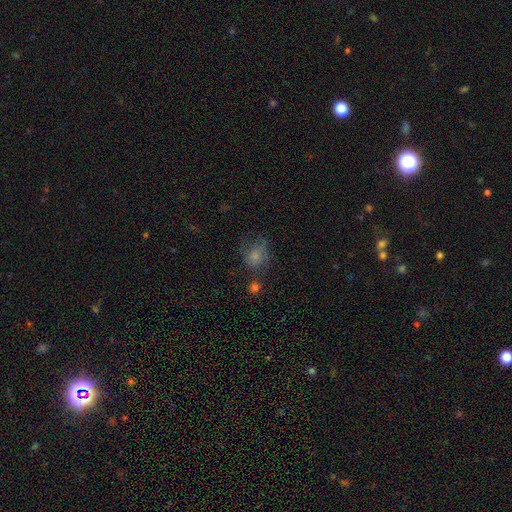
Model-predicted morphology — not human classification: A smooth galaxy with no disk features (67%) that is round (63%).

Vote fractions:
- Smooth or featured? smooth: 67% / featured or disk: 18% / star or artifact: 15%
- How rounded? round: 63% / in between: 36% / cigar-shaped: 1%
- Merging? none: 45% / minor disturbance: 25% / major disturbance: 22% / merger: 9%